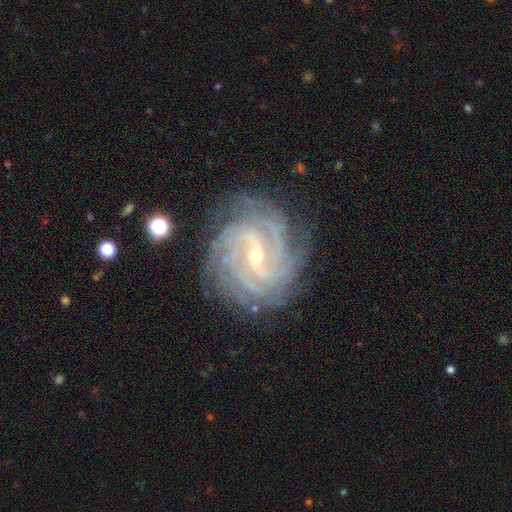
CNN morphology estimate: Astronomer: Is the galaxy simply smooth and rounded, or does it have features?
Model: featured or disk — 93%.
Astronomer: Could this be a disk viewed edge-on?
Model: no — 97%.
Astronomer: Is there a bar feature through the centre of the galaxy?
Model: weak — 48% (runner-up: strong, 37%).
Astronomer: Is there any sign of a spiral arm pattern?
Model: yes — 98%.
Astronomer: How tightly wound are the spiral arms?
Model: tight — 76%.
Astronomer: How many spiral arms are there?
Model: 4 — 32% (runner-up: more than 4, 21%).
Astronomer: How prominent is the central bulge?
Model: small — 70%.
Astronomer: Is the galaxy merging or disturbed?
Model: none — 81%.